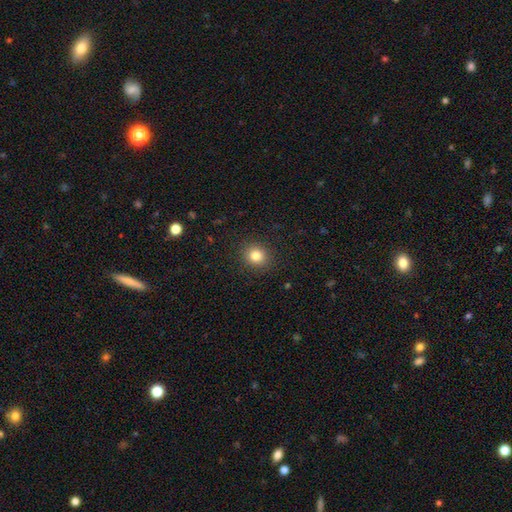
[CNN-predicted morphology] smooth-or-featured: smooth: 81% | star or artifact: 12% | featured or disk: 7%
  how-rounded: round: 84% | in between: 15% | cigar-shaped: 1%
  merging: none: 90% | minor disturbance: 6% | major disturbance: 2% | merger: 1%